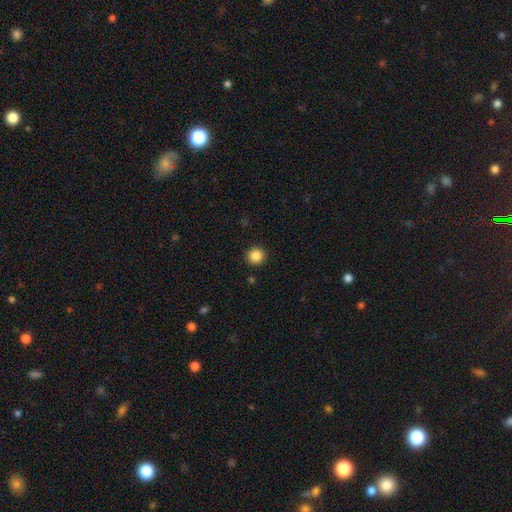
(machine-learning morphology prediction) Smooth or featured? Predicted: smooth (p=0.87). How rounded? Predicted: round (p=0.94). Merging? Predicted: none (p=0.92).